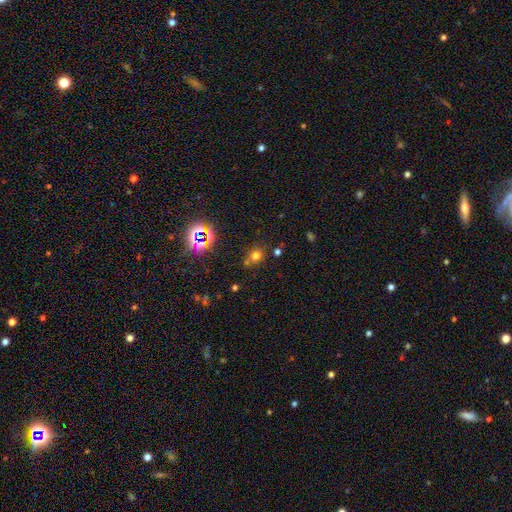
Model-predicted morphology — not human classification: A smooth galaxy with no disk features (61%) that is round (69%). Merging: none (66%).